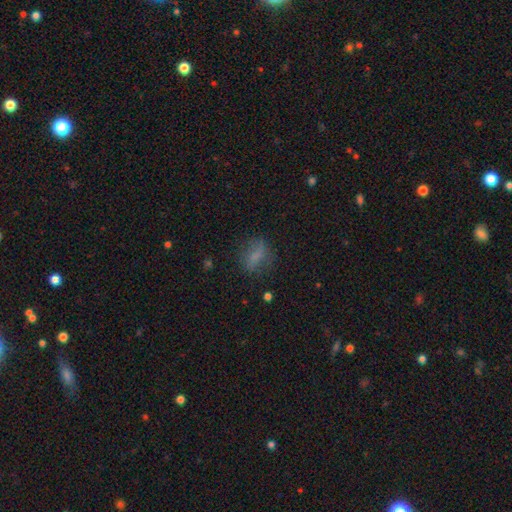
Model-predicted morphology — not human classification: smooth-or-featured: smooth: 67% | featured or disk: 20% | star or artifact: 12%
  how-rounded: in between: 61% | round: 29% | cigar-shaped: 10%
  merging: none: 73% | minor disturbance: 17% | major disturbance: 8% | merger: 2%